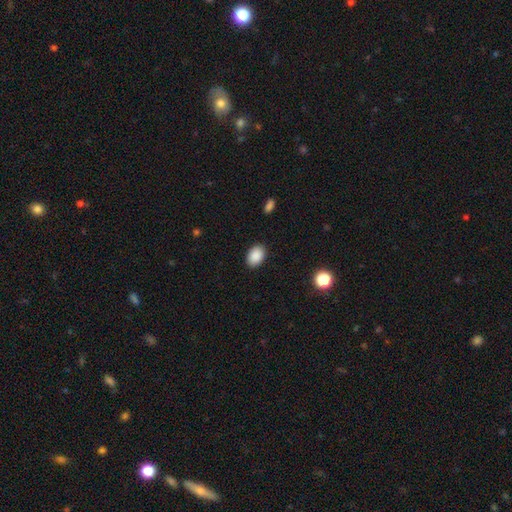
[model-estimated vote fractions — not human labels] This appears to be a smooth galaxy with no disk features (89%) that is in between round and cigar-shaped (84%). Merging: none (89%).